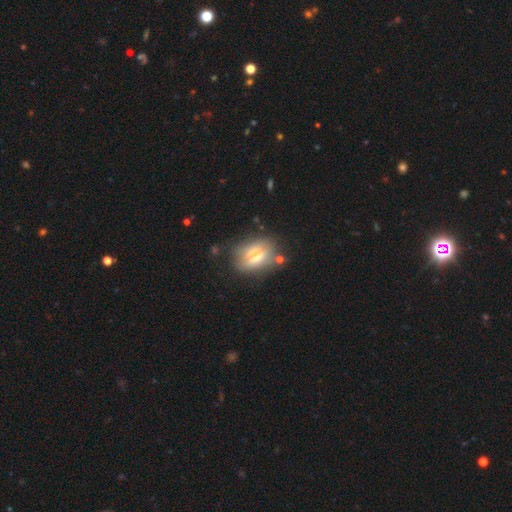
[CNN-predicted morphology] The model was most divided on "smooth or featured": smooth: 49%, featured or disk: 41%, star or artifact: 10%. More confident: merging — none (54%).